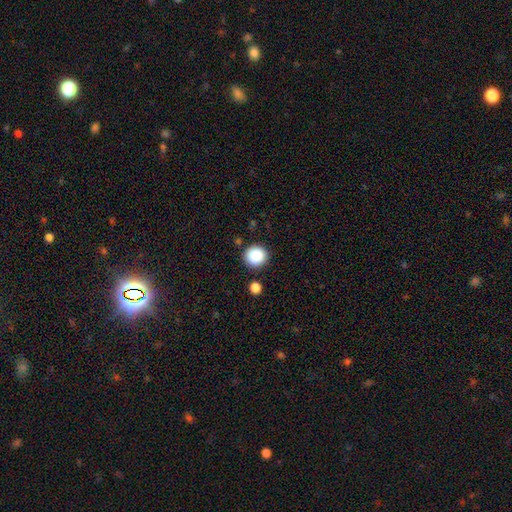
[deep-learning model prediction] Smooth or featured: smooth — 88% (star or artifact — 9%)
How rounded: round — 90% (in between — 9%)
Merging: none — 88% (minor disturbance — 7%)